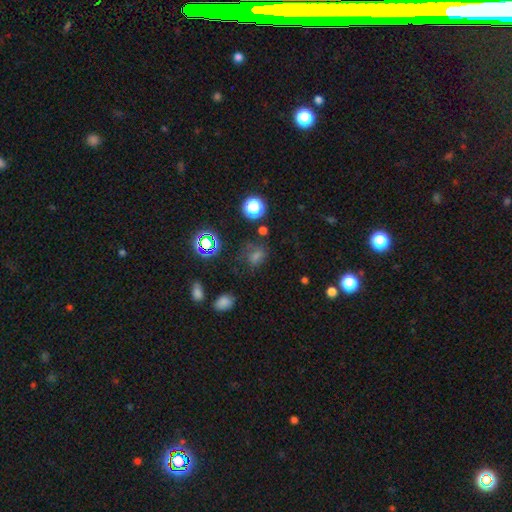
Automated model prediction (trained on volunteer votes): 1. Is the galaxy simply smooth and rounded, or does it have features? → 50% smooth, 37% star or artifact, 12% featured or disk.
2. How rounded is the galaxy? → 50% round, 47% in between, 2% cigar-shaped.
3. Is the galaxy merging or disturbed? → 64% none, 19% minor disturbance, 11% major disturbance, 5% merger.